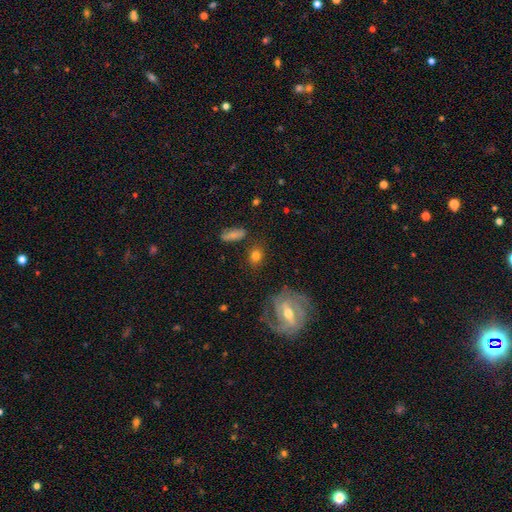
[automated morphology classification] Smooth or featured? smooth (70%)
How rounded? in between (58%)
Merging? none (77%)